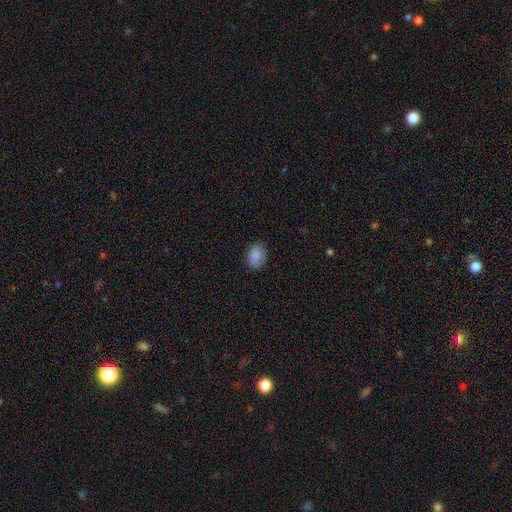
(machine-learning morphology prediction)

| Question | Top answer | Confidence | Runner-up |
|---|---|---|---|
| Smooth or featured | smooth | 88% | star or artifact (8%) |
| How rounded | in between | 71% | round (28%) |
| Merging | none | 84% | minor disturbance (12%) |